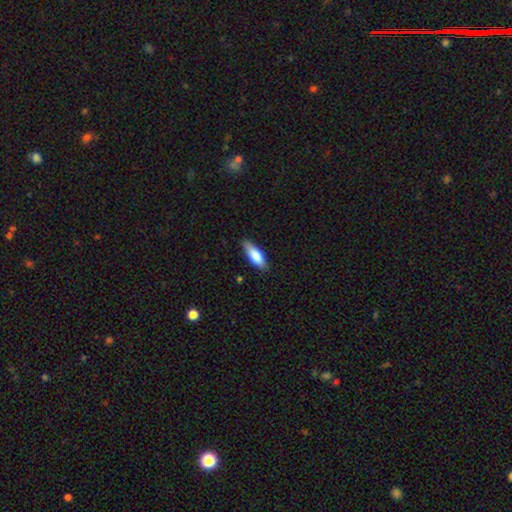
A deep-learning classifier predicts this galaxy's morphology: The model was most divided on "how rounded": in between: 61%, cigar-shaped: 38%, round: 2%. More confident: smooth or featured — smooth (82%); merging — none (81%).